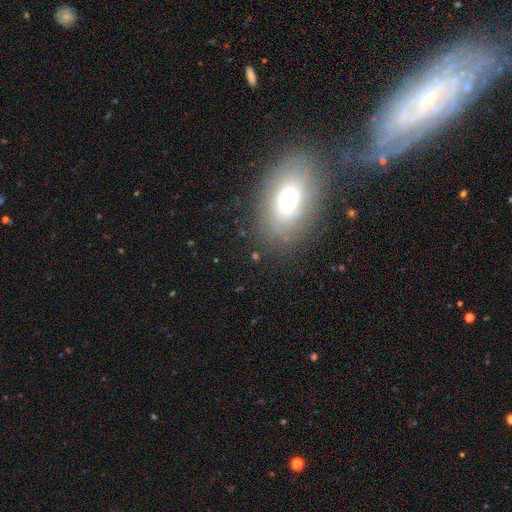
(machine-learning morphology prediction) Overall: smooth (51%; featured or disk 31%). How rounded: in between (77%). Merging: none (73%).